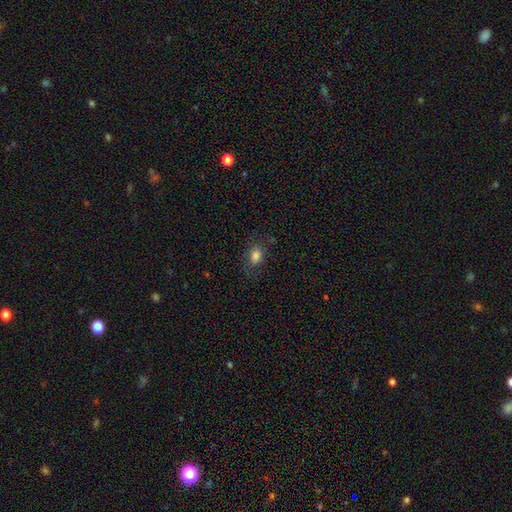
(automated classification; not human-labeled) The model was most divided on "how rounded": in between: 76%, round: 22%, cigar-shaped: 2%. More confident: smooth or featured — smooth (82%); merging — none (72%).